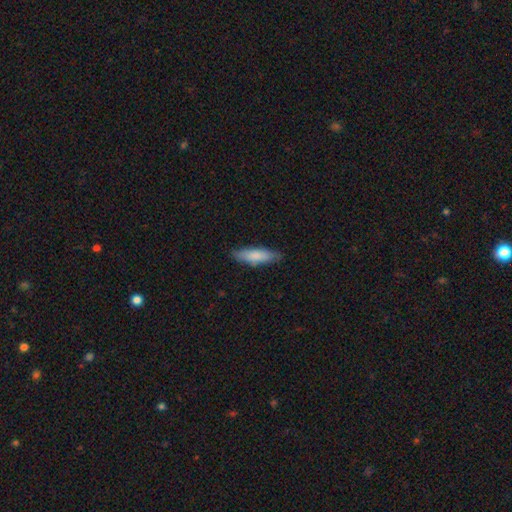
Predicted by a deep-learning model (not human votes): Morphology: type=smooth (80%); roundness=cigar-shaped (60%); merging=none (83%).